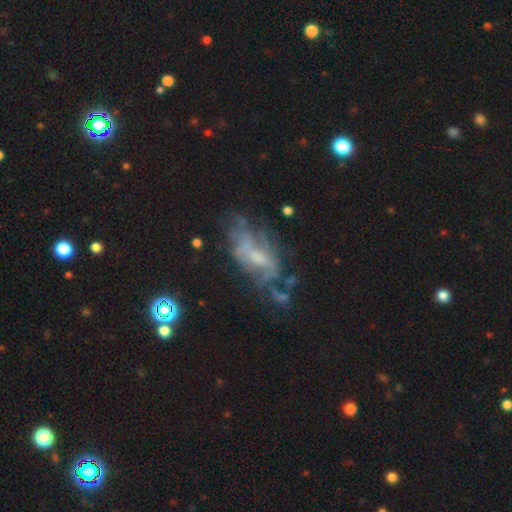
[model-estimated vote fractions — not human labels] This is likely a featured or disk galaxy (69%). It is clearly not viewed edge-on (91%). Bar: possibly no (50%). Spiral arm pattern: possibly no (50%, tied with yes). Central bulge: marginally small (37%). Merging: marginally none (38%).